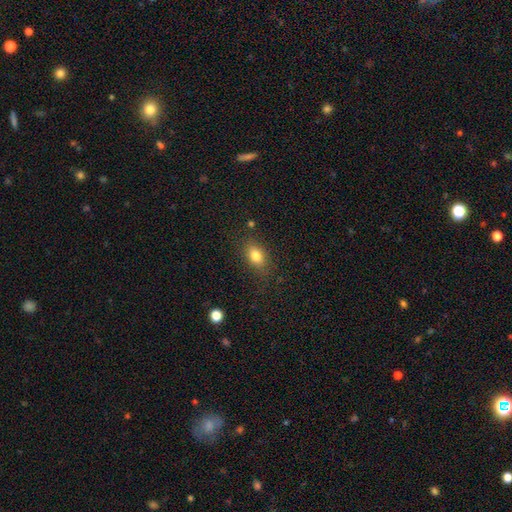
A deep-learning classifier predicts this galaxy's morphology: type=smooth (81%); roundness=in between (79%); merging=none (80%).